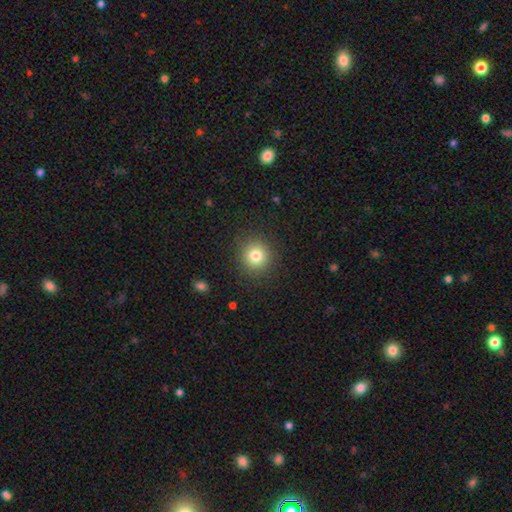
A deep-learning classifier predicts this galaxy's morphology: Smooth or featured: smooth — 80% (star or artifact — 12%)
How rounded: round — 91% (in between — 8%)
Merging: none — 89% (minor disturbance — 7%)